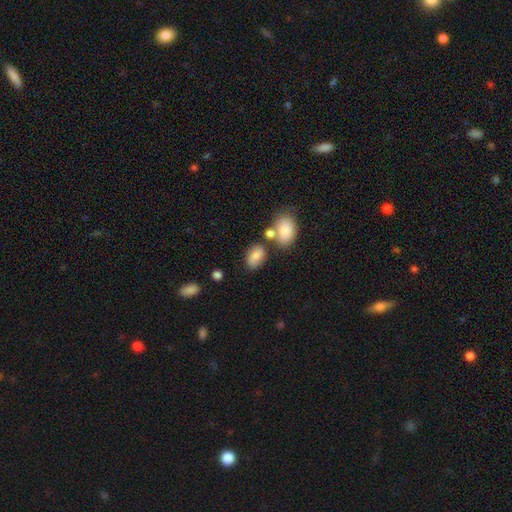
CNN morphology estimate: Q: Smooth or featured?
A: smooth (78%); runner-up: featured or disk (12%)
Q: How rounded?
A: in between (83%); runner-up: round (16%)
Q: Merging?
A: none (65%); runner-up: minor disturbance (16%)